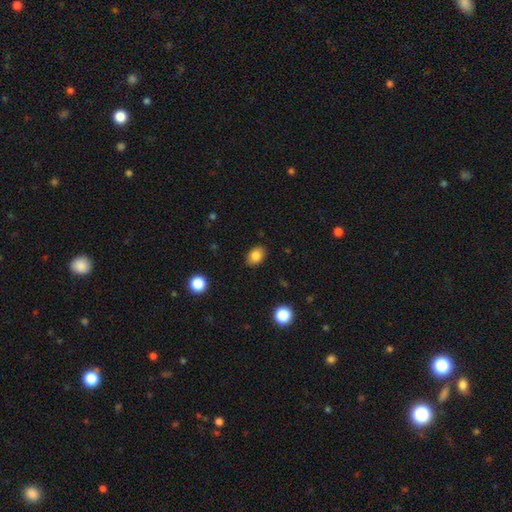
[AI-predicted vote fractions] Morphology: type=smooth (83%); roundness=in between (78%); merging=none (87%).